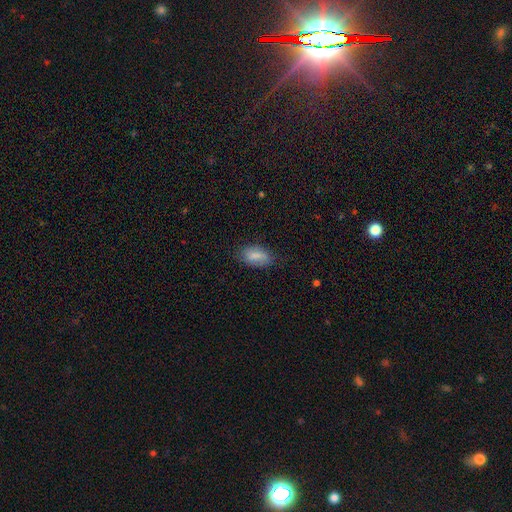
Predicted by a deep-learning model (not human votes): This is likely a smooth galaxy (79%). How rounded: clearly in between (89%). Merging: likely none (71%).